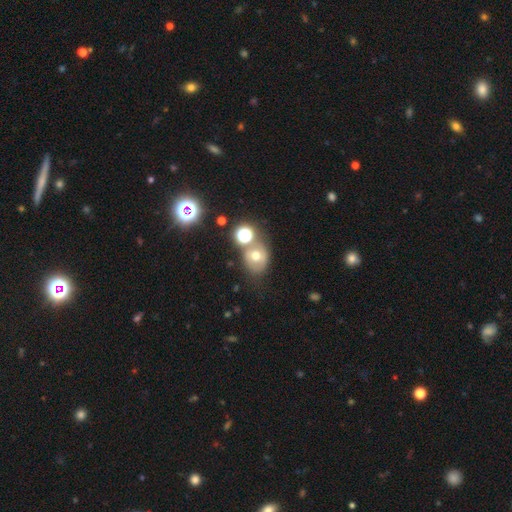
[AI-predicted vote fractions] This appears to be a smooth galaxy with no disk features (55%) that is round (58%). Merging: none (52%).